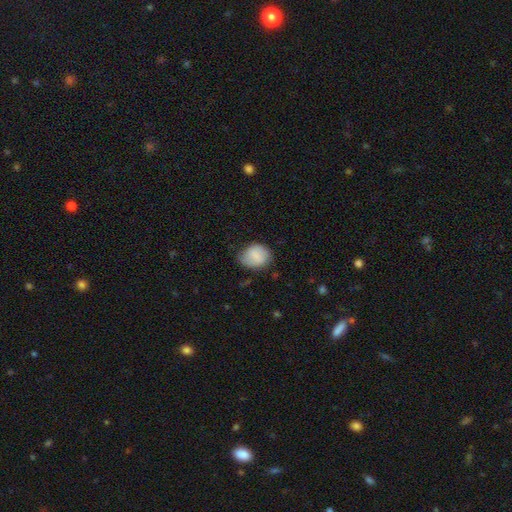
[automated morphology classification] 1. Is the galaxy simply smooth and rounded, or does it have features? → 65% smooth, 27% featured or disk, 7% star or artifact.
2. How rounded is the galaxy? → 50% round, 49% in between, 1% cigar-shaped.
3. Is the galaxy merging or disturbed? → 67% none, 25% minor disturbance, 6% major disturbance, 1% merger.